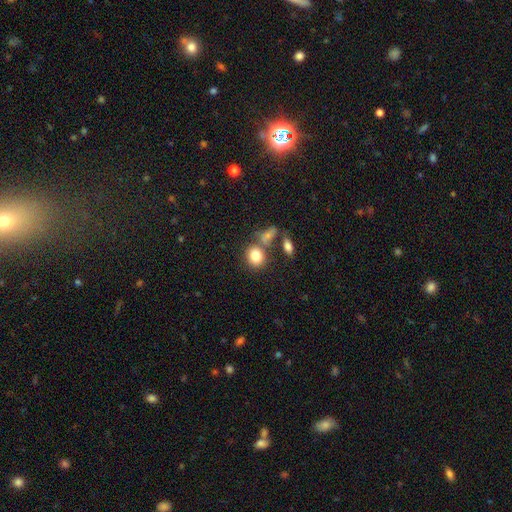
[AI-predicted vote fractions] The model was most divided on "how rounded": round: 60%, in between: 39%, cigar-shaped: 1%. More confident: smooth or featured — smooth (82%); merging — none (58%).